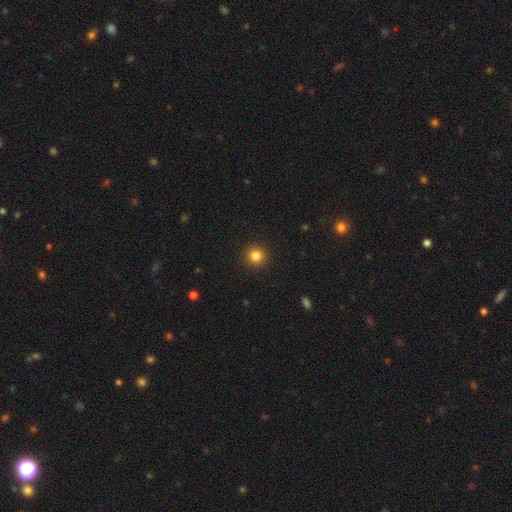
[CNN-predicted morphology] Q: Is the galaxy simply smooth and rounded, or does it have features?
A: smooth — 84%.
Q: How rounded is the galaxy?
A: round — 95%.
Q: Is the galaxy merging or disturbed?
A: none — 92%.